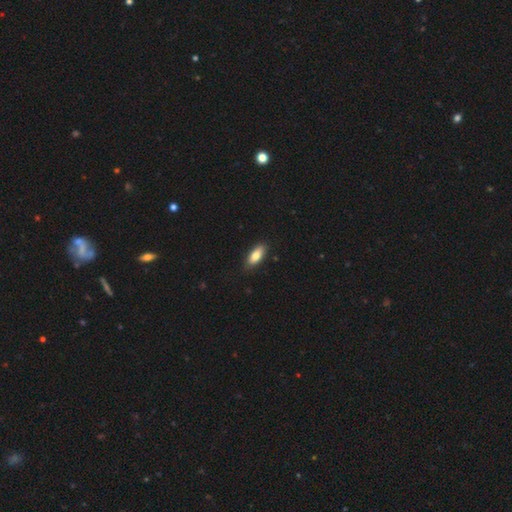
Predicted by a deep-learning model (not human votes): This appears to be a smooth galaxy with no disk features (80%) that is in between round and cigar-shaped (80%). Merging: none (86%).